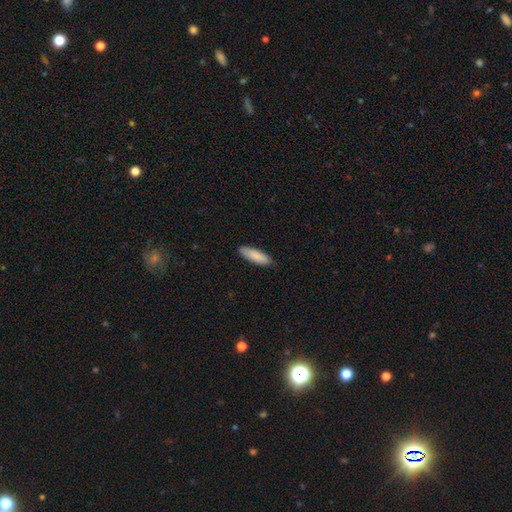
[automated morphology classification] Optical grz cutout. It shows a smooth galaxy with no disk features (88%) that is in between round and cigar-shaped (49%, tied with cigar-shaped). Merging: none (85%).